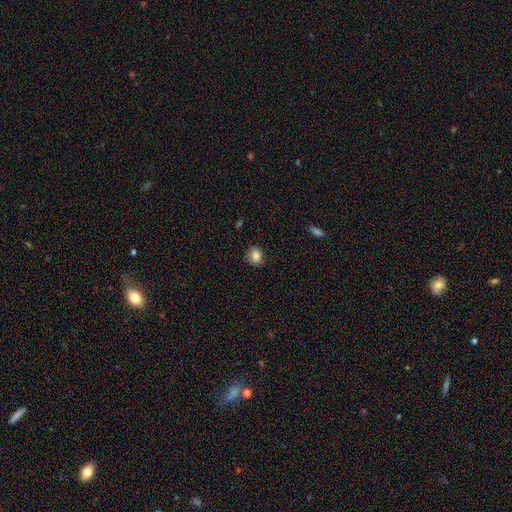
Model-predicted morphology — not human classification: This is clearly a smooth galaxy (85%). How rounded: likely round (69%). Merging: clearly none (85%).